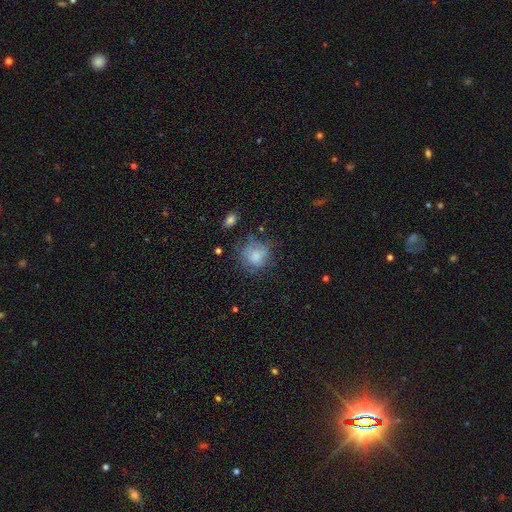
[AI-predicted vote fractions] A smooth galaxy with no disk features (74%) that is round (77%).

Vote fractions:
- Smooth or featured? smooth: 74% / featured or disk: 16% / star or artifact: 10%
- How rounded? round: 77% / in between: 22% / cigar-shaped: 1%
- Merging? none: 55% / minor disturbance: 26% / major disturbance: 15% / merger: 4%